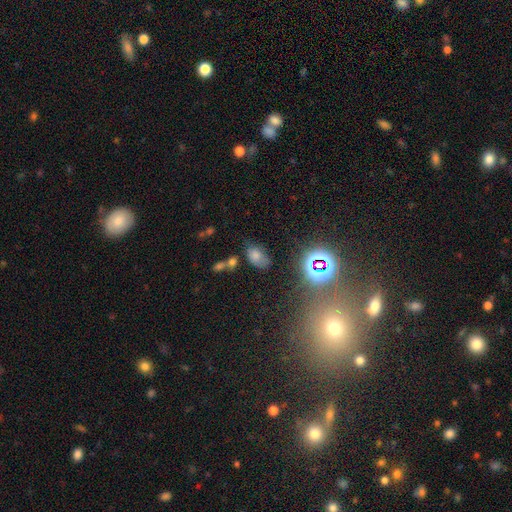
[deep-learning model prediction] The model was most divided on "merging": none: 48%, minor disturbance: 27%, merger: 13%, major disturbance: 12%. More confident: how rounded — in between (87%); smooth or featured — smooth (66%).